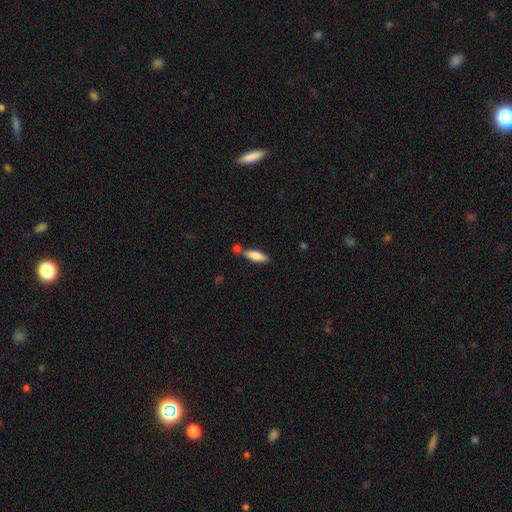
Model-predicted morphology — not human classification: The model was most divided on "how rounded": in between: 56%, cigar-shaped: 42%, round: 2%. More confident: smooth or featured — smooth (79%); merging — none (65%).